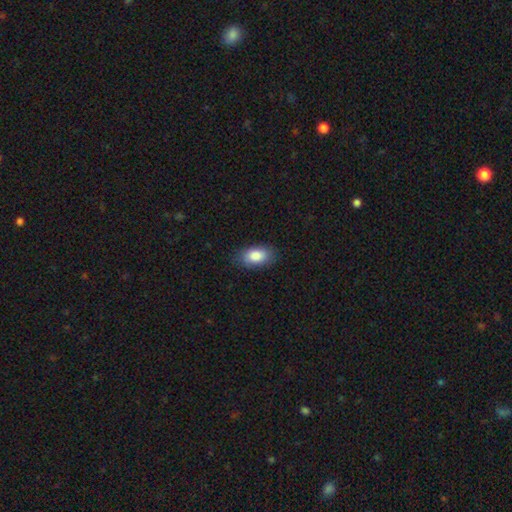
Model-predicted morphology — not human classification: A smooth galaxy with no disk features (87%) that is in between round and cigar-shaped (92%). Merging: none (83%).